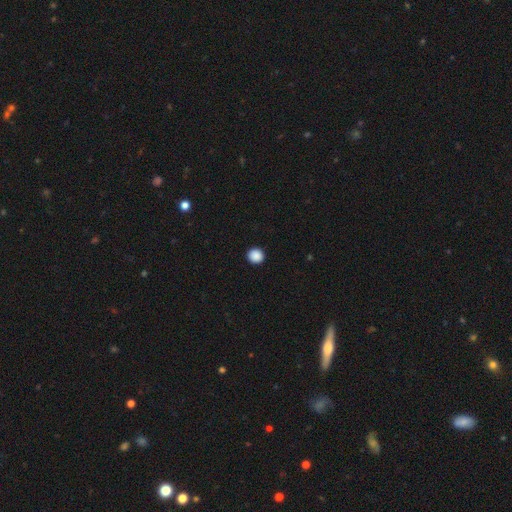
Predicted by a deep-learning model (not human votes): Smooth or featured? Predicted: smooth (p=0.89). How rounded? Predicted: round (p=0.92). Merging? Predicted: none (p=0.93).